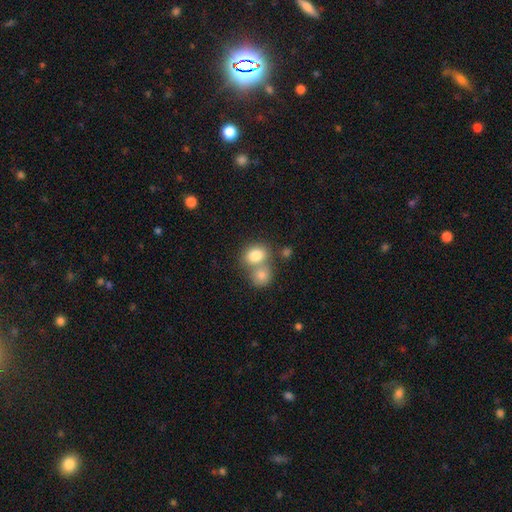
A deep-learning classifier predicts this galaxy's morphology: Smooth or featured? Predicted: smooth (p=0.81). How rounded? Predicted: round (p=0.51). Merging? Predicted: merger (p=0.51).